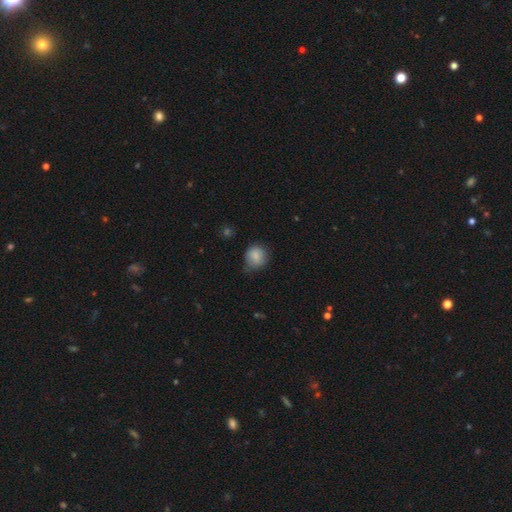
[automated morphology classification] Overall: smooth (82%). How rounded: round (74%). Merging: none (61%; minor disturbance 31%).